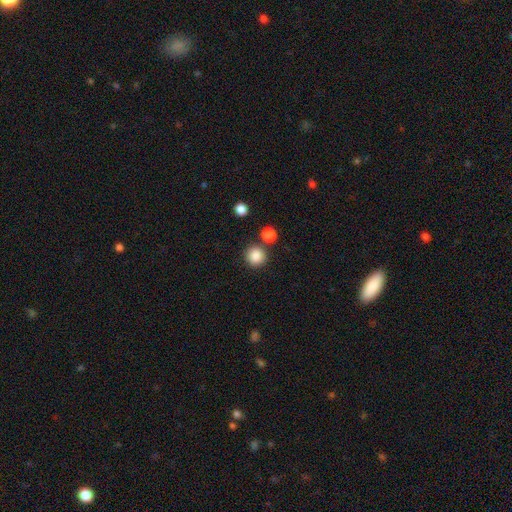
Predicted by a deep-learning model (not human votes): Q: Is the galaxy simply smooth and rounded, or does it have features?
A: smooth — 86%.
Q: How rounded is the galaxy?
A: round — 93%.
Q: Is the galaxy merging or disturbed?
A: none — 82%.